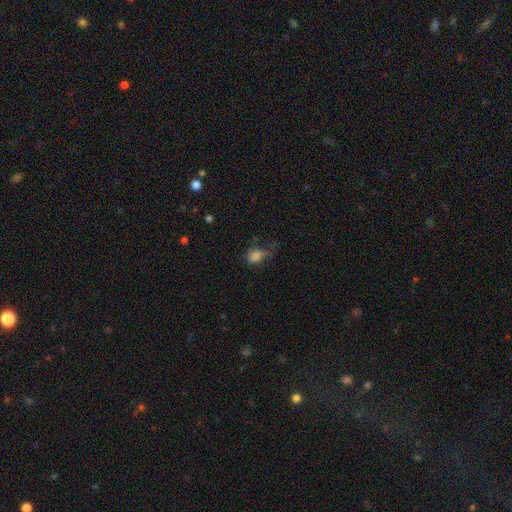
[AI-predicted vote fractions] Q: Smooth or featured?
A: smooth (78%); runner-up: star or artifact (11%)
Q: How rounded?
A: in between (72%); runner-up: round (26%)
Q: Merging?
A: none (38%); runner-up: minor disturbance (32%)